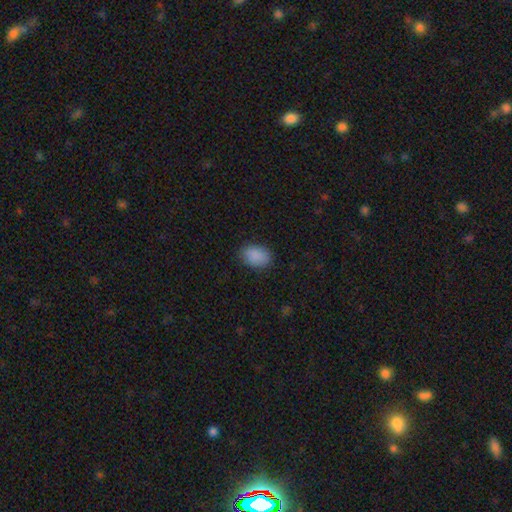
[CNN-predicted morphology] Q: Smooth or featured?
A: smooth (89%); runner-up: star or artifact (8%)
Q: How rounded?
A: in between (82%); runner-up: round (17%)
Q: Merging?
A: none (86%); runner-up: minor disturbance (10%)